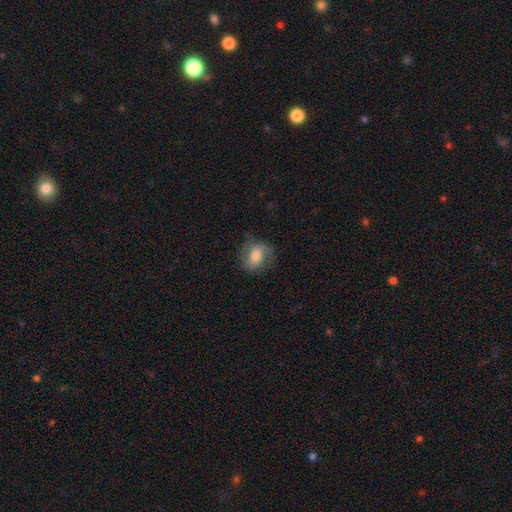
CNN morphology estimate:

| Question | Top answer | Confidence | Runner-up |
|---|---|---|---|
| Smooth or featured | smooth | 51% | featured or disk (41%) |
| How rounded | in between | 50% | round (48%) |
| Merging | none | 69% | minor disturbance (20%) |